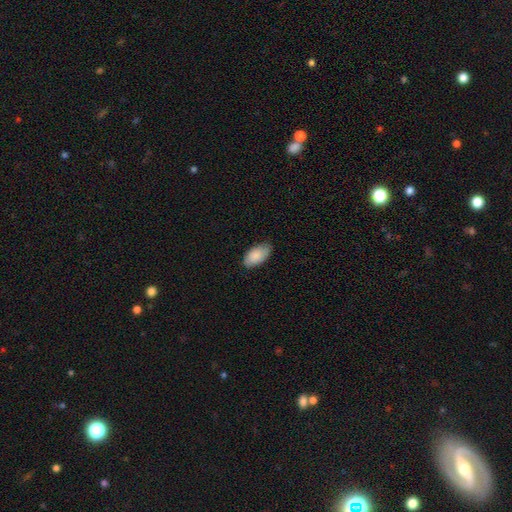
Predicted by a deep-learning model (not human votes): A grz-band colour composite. It shows a smooth galaxy with no disk features (87%) that is in between round and cigar-shaped (95%). Merging: none (78%).